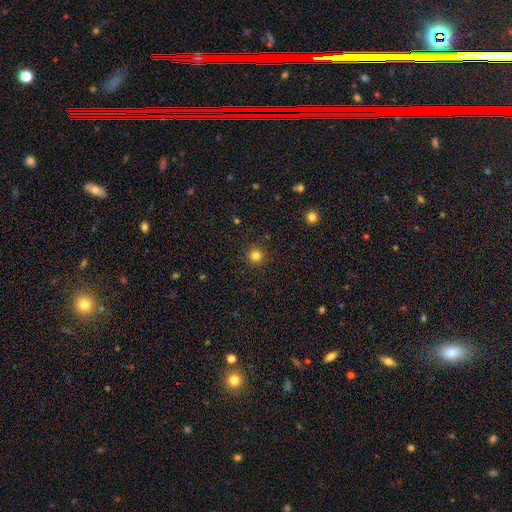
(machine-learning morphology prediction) This is clearly a smooth galaxy (82%). How rounded: clearly round (95%). Merging: clearly none (91%).